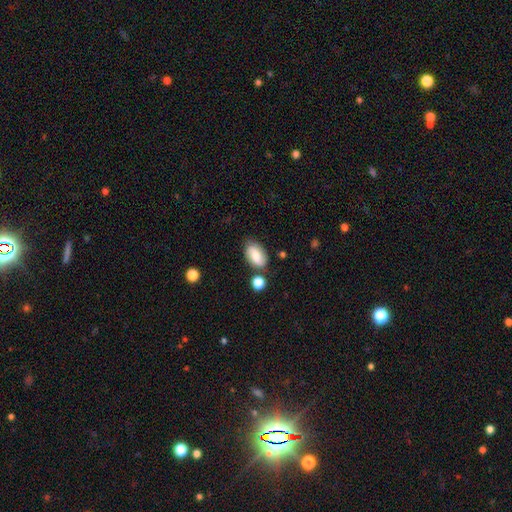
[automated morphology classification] A smooth galaxy with no disk features (68%) that is in between round and cigar-shaped (91%).

Vote fractions:
- Smooth or featured? smooth: 68% / featured or disk: 24% / star or artifact: 8%
- How rounded? in between: 91% / round: 7% / cigar-shaped: 2%
- Merging? none: 72% / minor disturbance: 17% / merger: 7% / major disturbance: 4%